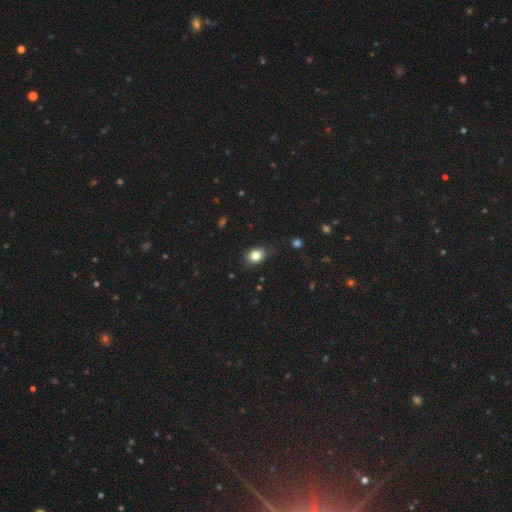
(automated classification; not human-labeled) The model was most divided on "how rounded": in between: 61%, round: 38%, cigar-shaped: 1%. More confident: smooth or featured — smooth (82%); merging — none (79%).